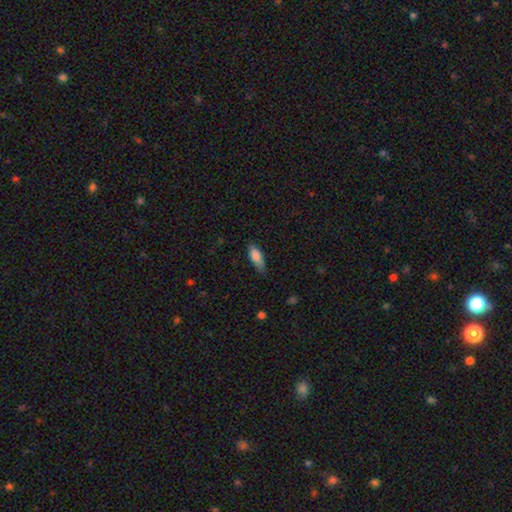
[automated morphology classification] Smooth or featured? smooth (83%)
How rounded? in between (70%)
Merging? none (63%)